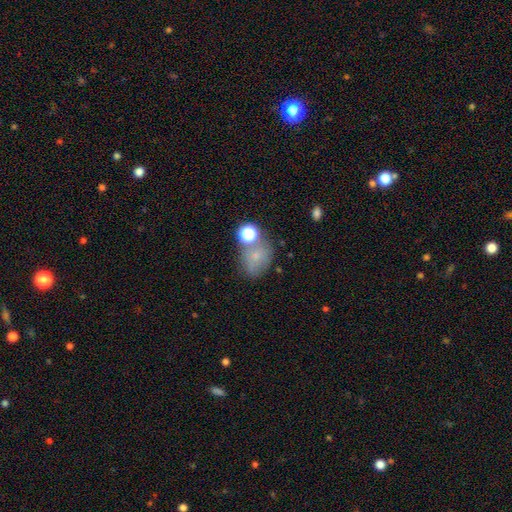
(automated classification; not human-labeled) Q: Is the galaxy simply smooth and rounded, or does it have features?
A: smooth — 66%.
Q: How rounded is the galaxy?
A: in between — 51%.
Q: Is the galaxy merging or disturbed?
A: none — 48%.